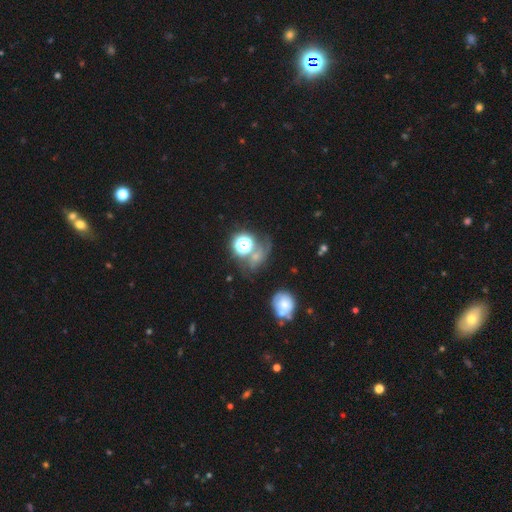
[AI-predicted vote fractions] This appears to be a smooth galaxy with no disk features (44%). Merging: none (40%).